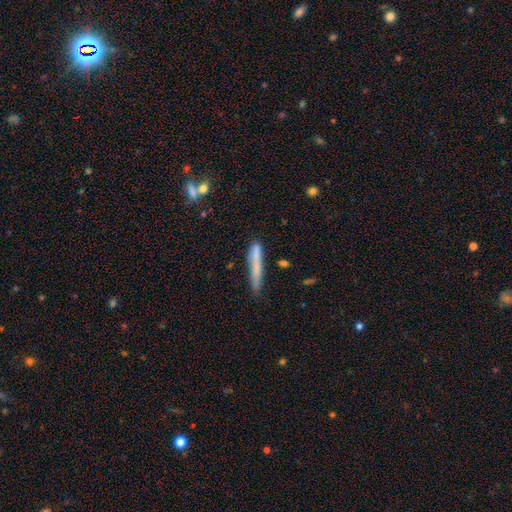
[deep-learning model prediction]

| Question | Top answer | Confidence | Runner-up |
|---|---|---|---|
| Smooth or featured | smooth | 69% | featured or disk (23%) |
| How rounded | cigar-shaped | 95% | in between (3%) |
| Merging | none | 75% | minor disturbance (17%) |